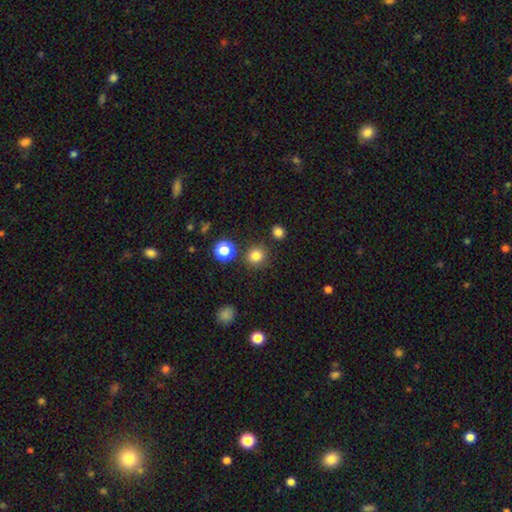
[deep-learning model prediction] Smooth or featured? Predicted: smooth (p=0.81). How rounded? Predicted: round (p=0.91). Merging? Predicted: none (p=0.85).